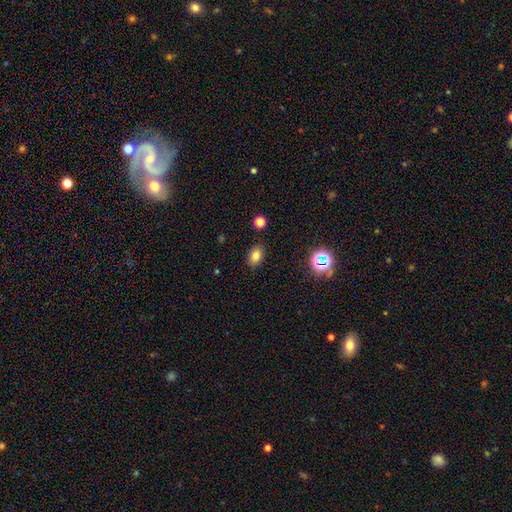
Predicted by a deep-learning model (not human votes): A smooth galaxy with no disk features (78%) that is in between round and cigar-shaped (81%).

Vote fractions:
- Smooth or featured? smooth: 78% / star or artifact: 13% / featured or disk: 9%
- How rounded? in between: 81% / round: 18% / cigar-shaped: 1%
- Merging? none: 86% / minor disturbance: 10% / major disturbance: 3% / merger: 2%